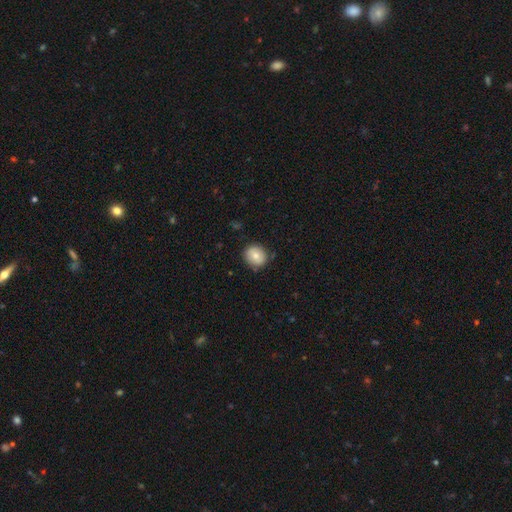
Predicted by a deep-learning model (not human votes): smooth_or_featured: smooth (p=0.78) [alt: featured or disk p=0.13]
how_rounded: round (p=0.79) [alt: in between p=0.20]
merging: none (p=0.84) [alt: minor disturbance p=0.12]